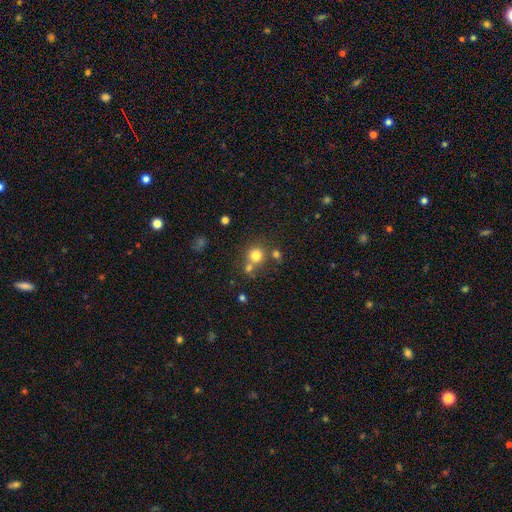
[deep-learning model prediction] The model was most divided on "merging": none: 62%, merger: 25%, minor disturbance: 9%, major disturbance: 4%. More confident: how rounded — round (89%); smooth or featured — smooth (77%).